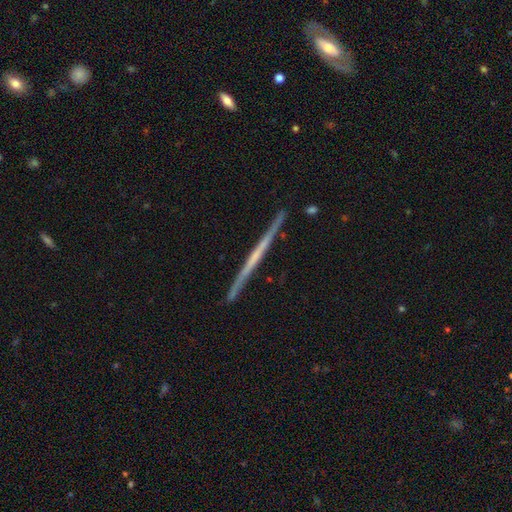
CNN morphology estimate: Smooth or featured?
  - featured or disk: 70% *
  - smooth: 25%
  - star or artifact: 5%
Edge-on disk?
  - yes: 98% *
  - no: 2%
Edge-on bulge?
  - none: 84% *
  - rounded: 10%
  - boxy: 6%
Merging?
  - none: 91% *
  - minor disturbance: 7%
  - major disturbance: 1%
  - merger: 1%